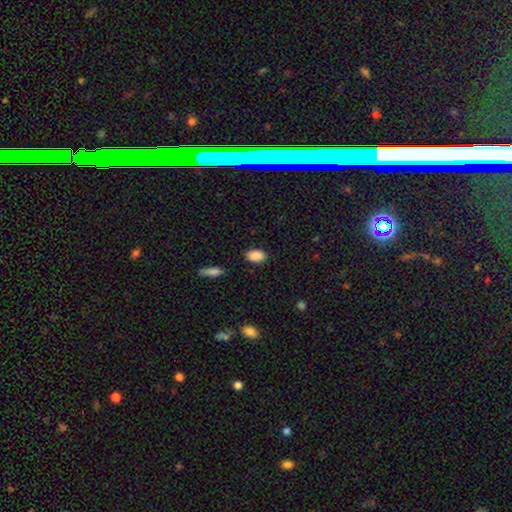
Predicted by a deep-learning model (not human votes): smooth-or-featured: smooth: 89% | star or artifact: 7% | featured or disk: 3%
  how-rounded: in between: 90% | round: 7% | cigar-shaped: 2%
  merging: none: 86% | minor disturbance: 10% | major disturbance: 2% | merger: 2%